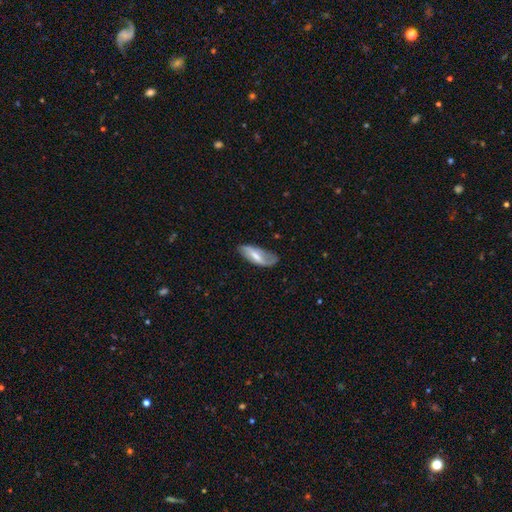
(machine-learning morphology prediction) Smooth or featured: featured or disk — 50% (smooth — 44%)
Edge-on disk: no — 84% (yes — 16%)
Merging: none — 60% (minor disturbance — 28%)